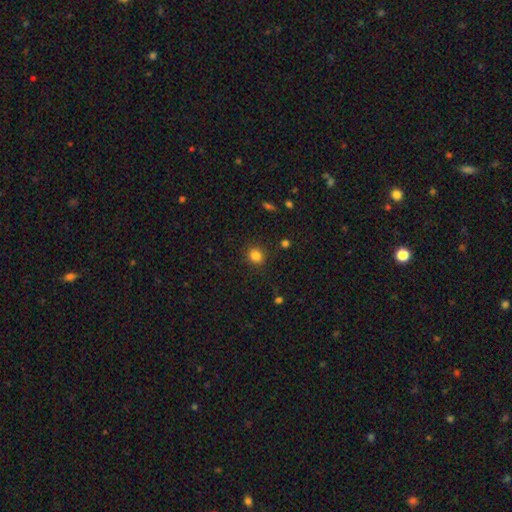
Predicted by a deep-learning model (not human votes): Morphology: type=smooth (84%); roundness=round (83%); merging=none (89%).